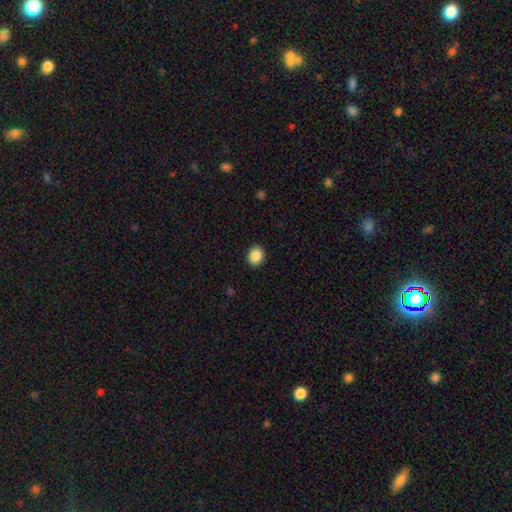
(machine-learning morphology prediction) Q: Smooth or featured?
A: smooth (88%); runner-up: star or artifact (9%)
Q: How rounded?
A: round (69%); runner-up: in between (30%)
Q: Merging?
A: none (91%); runner-up: minor disturbance (7%)